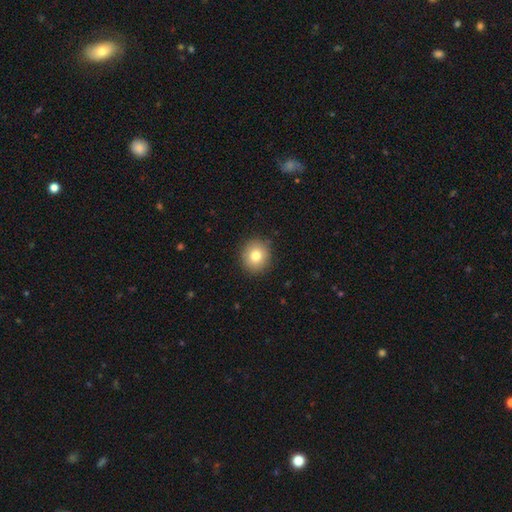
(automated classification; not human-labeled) A smooth galaxy with no disk features (79%) that is round (89%). Merging: none (89%).